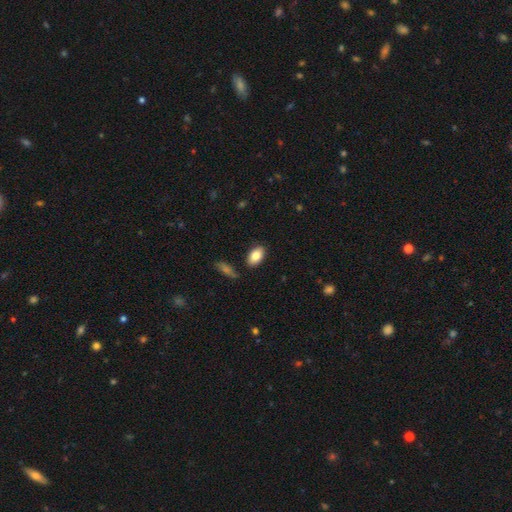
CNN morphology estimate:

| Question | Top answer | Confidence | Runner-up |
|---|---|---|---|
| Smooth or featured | smooth | 84% | featured or disk (9%) |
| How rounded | in between | 92% | round (6%) |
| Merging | none | 85% | minor disturbance (10%) |